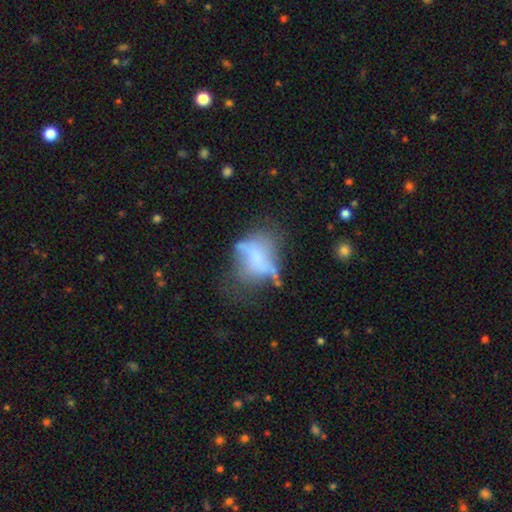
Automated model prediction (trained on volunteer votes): smooth-or-featured: smooth: 45% | featured or disk: 42% | star or artifact: 12%
  merging: major disturbance: 34% | none: 30% | minor disturbance: 26% | merger: 10%